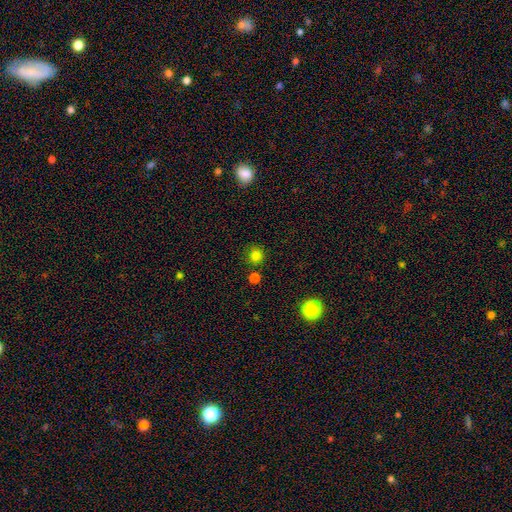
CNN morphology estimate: smooth-or-featured: smooth: 80% | star or artifact: 16% | featured or disk: 4%
  how-rounded: round: 91% | in between: 8% | cigar-shaped: 1%
  merging: none: 80% | minor disturbance: 9% | merger: 8% | major disturbance: 3%